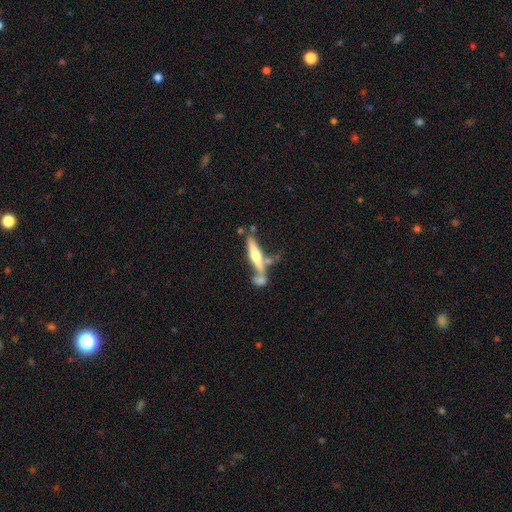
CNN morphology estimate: Smooth or featured? Predicted: featured or disk (p=0.61). Edge-on disk? Predicted: yes (p=0.91). Edge-on bulge? Predicted: rounded (p=0.89). Merging? Predicted: none (p=0.46).